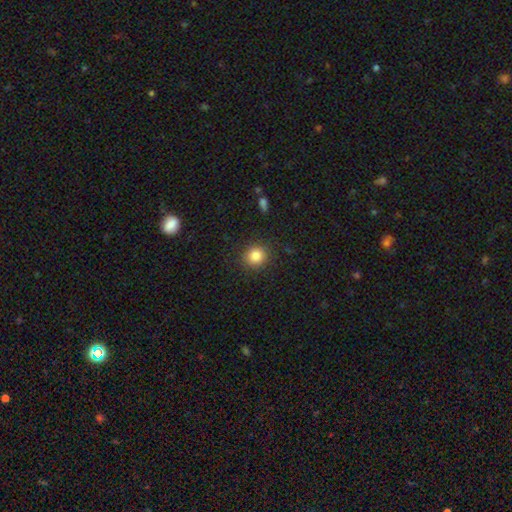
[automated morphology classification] Smooth or featured? Predicted: smooth (p=0.84). How rounded? Predicted: round (p=0.88). Merging? Predicted: none (p=0.89).